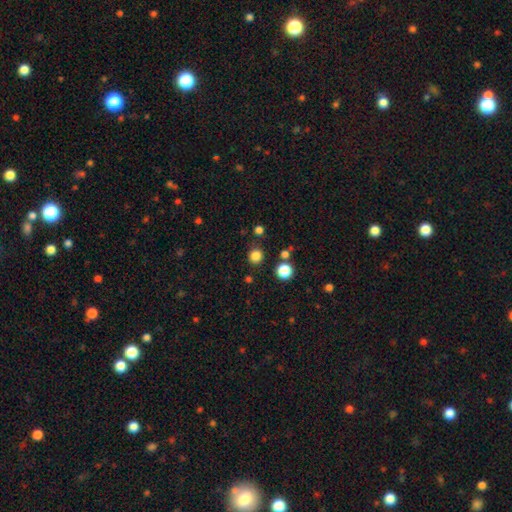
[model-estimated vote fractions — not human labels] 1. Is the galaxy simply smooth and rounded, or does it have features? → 82% smooth, 15% star or artifact, 4% featured or disk.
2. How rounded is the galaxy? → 90% round, 9% in between, 1% cigar-shaped.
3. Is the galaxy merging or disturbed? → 86% none, 7% minor disturbance, 4% merger, 3% major disturbance.